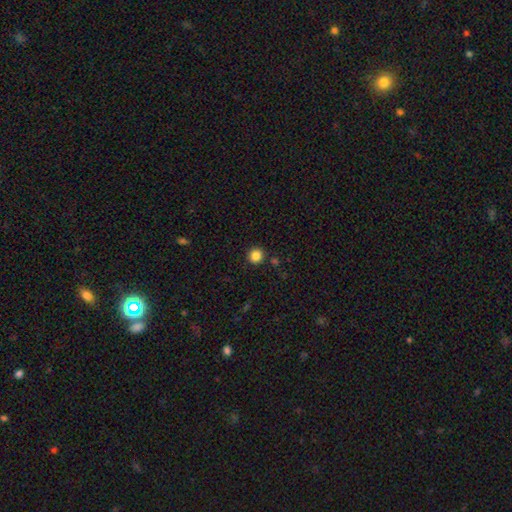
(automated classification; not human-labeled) Smooth or featured?
  - smooth: 85% *
  - star or artifact: 11%
  - featured or disk: 4%
How rounded?
  - round: 95% *
  - in between: 4%
  - cigar-shaped: 1%
Merging?
  - none: 90% *
  - minor disturbance: 5%
  - merger: 3%
  - major disturbance: 2%